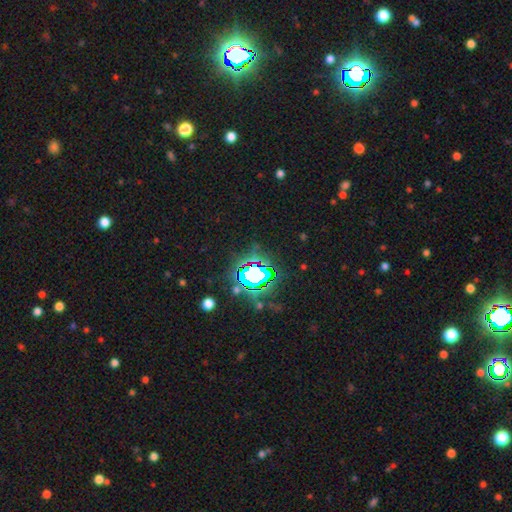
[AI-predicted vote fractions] Smooth or featured? star or artifact (79%)